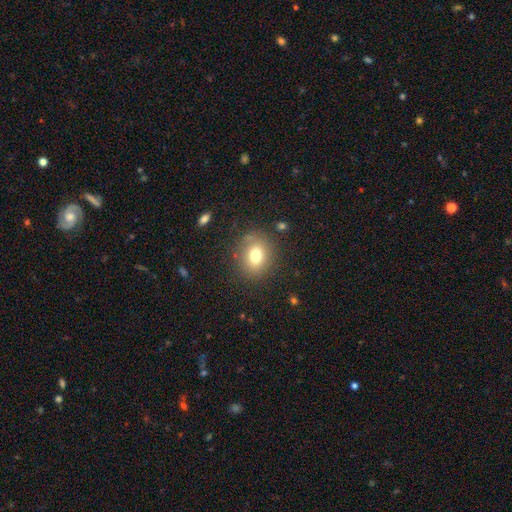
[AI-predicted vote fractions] A smooth galaxy with no disk features (75%) that is round (64%). Merging: none (82%).